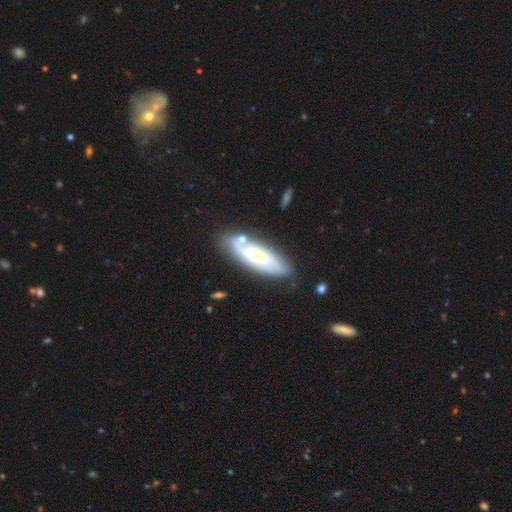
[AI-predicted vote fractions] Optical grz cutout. It shows a featured or disk galaxy (62%). Merging: none (73%).